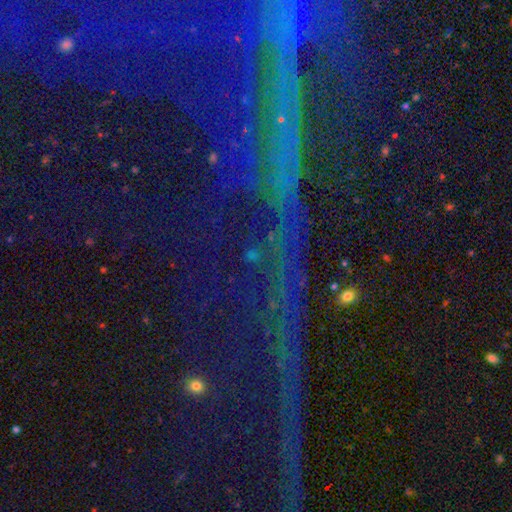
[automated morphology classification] Smooth or featured: star or artifact — 81% (smooth — 10%)